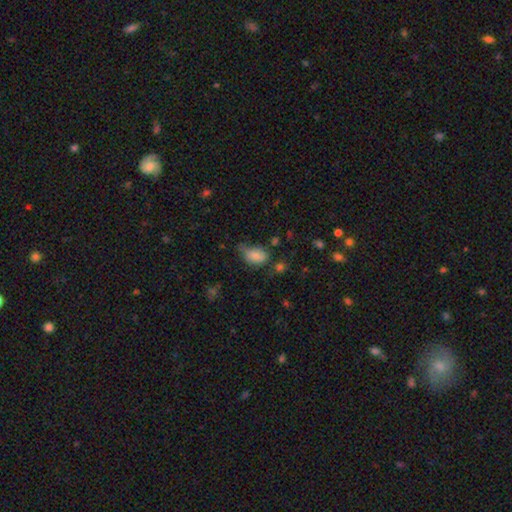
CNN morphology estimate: smooth-or-featured: smooth: 79% | featured or disk: 11% | star or artifact: 10%
  how-rounded: in between: 82% | round: 17% | cigar-shaped: 2%
  merging: minor disturbance: 40% | none: 38% | major disturbance: 16% | merger: 5%